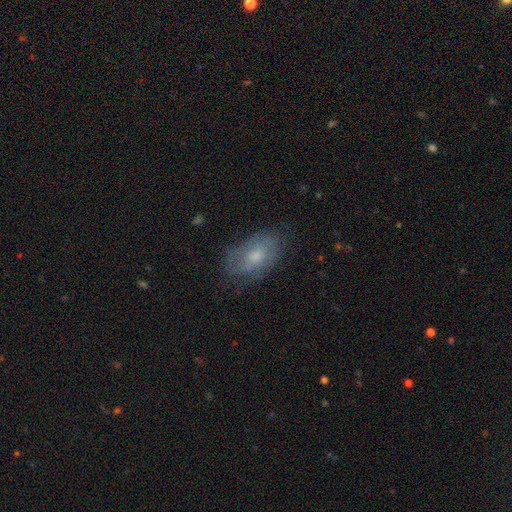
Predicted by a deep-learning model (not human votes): Smooth or featured? smooth (59%)
How rounded? in between (90%)
Merging? none (63%)